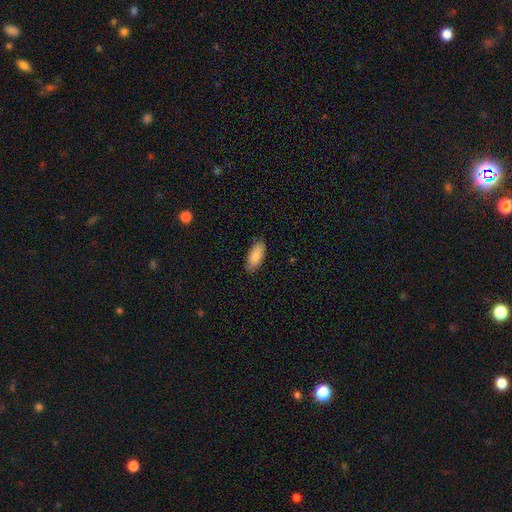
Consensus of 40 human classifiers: Overall: smooth (95%). How rounded: in between (71%). Merging: none (77%).